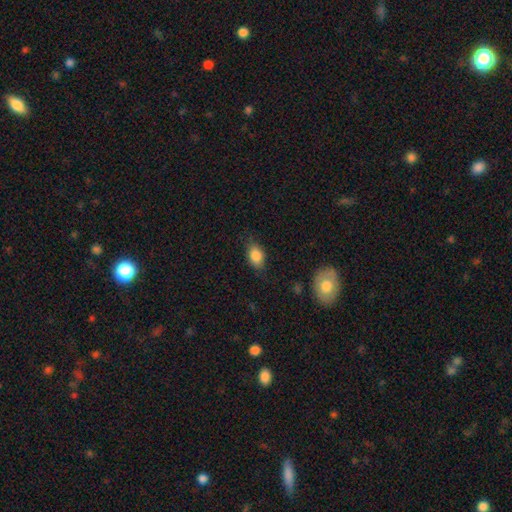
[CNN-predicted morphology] type=smooth (85%); roundness=in between (83%); merging=none (76%).